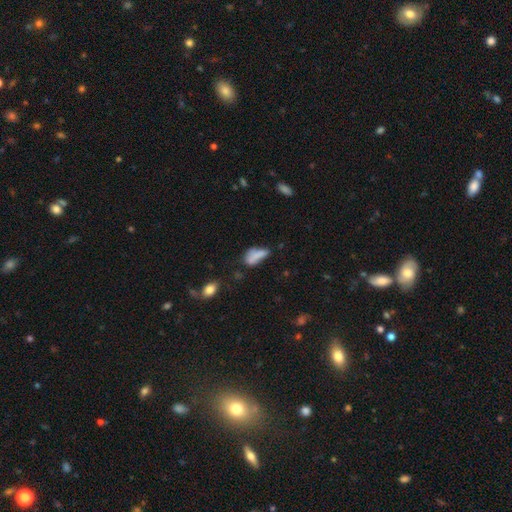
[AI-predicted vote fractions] Smooth or featured? Predicted: smooth (p=0.72). How rounded? Predicted: in between (p=0.78). Merging? Predicted: none (p=0.34).